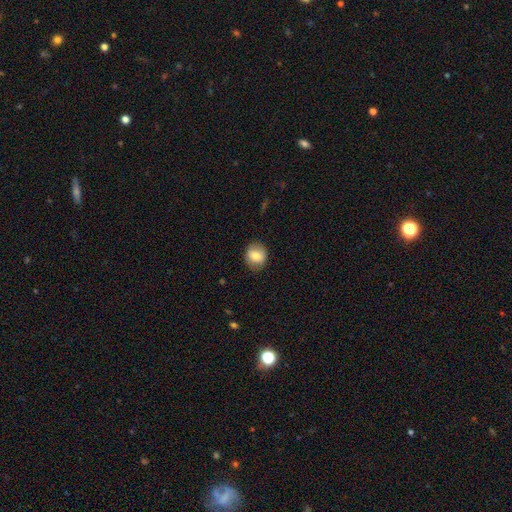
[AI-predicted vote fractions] Overall: smooth (74%). How rounded: round (63%; in between 36%). Merging: none (82%).